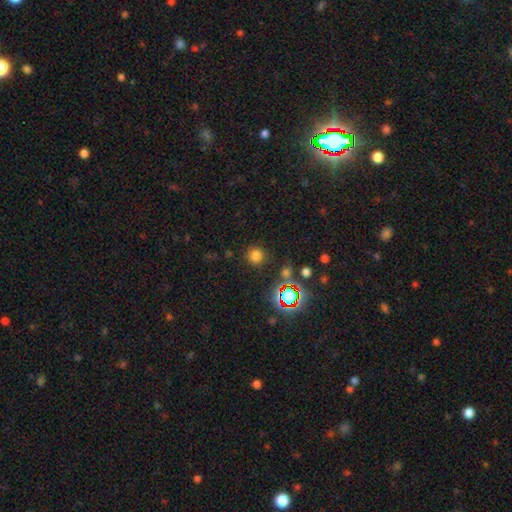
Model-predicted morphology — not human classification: smooth 71%, star or artifact 23%, featured or disk 6%. Down the decision tree: how rounded — round (93%); merging — none (85%).